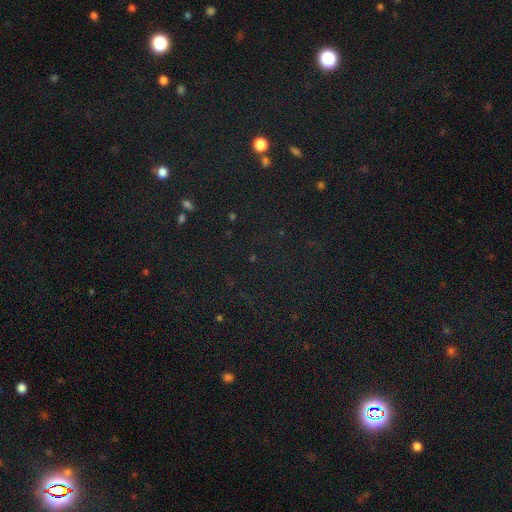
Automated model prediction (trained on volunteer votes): Smooth or featured: star or artifact — 75% (smooth — 16%)